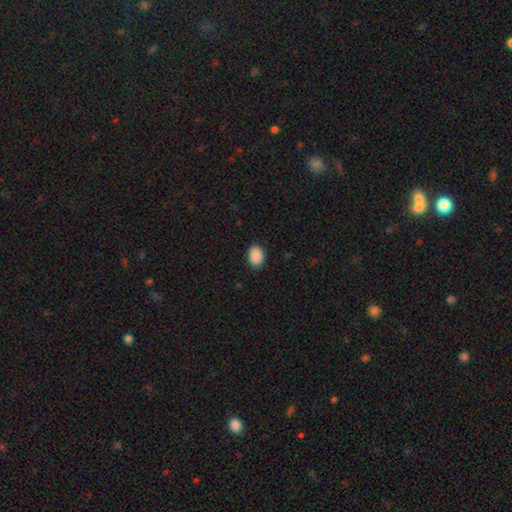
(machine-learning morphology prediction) smooth-or-featured: smooth: 91% | star or artifact: 7% | featured or disk: 2%
  how-rounded: in between: 78% | round: 21% | cigar-shaped: 1%
  merging: none: 89% | minor disturbance: 8% | major disturbance: 2% | merger: 1%